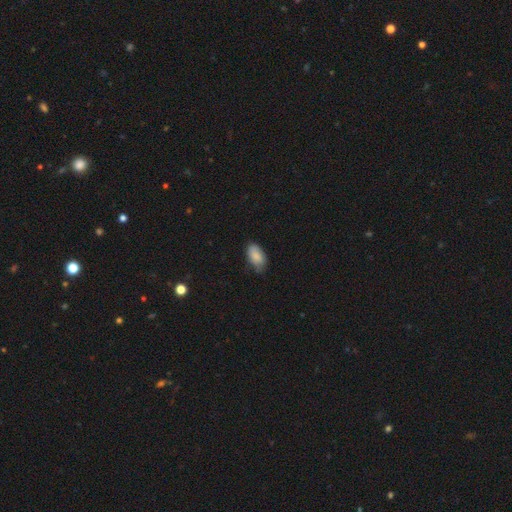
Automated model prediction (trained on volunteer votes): smooth 86%, featured or disk 7%, star or artifact 7%. Down the decision tree: how rounded — in between (93%); merging — none (66%).